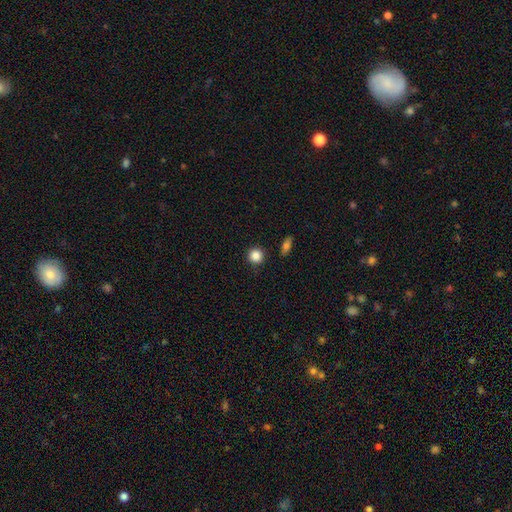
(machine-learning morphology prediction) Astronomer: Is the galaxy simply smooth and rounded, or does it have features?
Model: smooth — 86%.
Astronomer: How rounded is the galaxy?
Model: round — 93%.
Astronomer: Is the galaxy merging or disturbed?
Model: none — 90%.